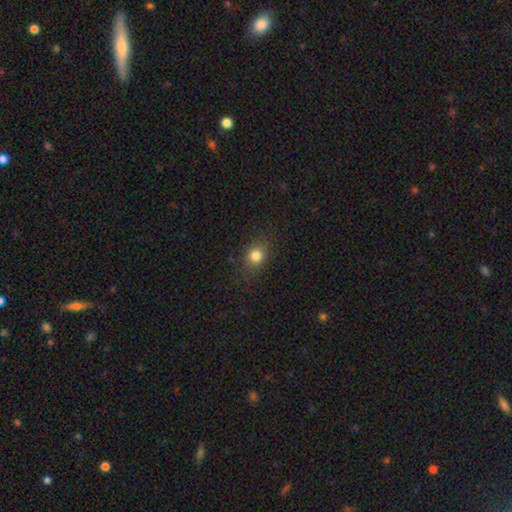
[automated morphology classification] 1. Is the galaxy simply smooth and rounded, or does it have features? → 80% smooth, 12% star or artifact, 8% featured or disk.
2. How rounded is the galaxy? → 56% round, 42% in between, 2% cigar-shaped.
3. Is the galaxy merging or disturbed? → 82% none, 13% minor disturbance, 4% major disturbance, 1% merger.